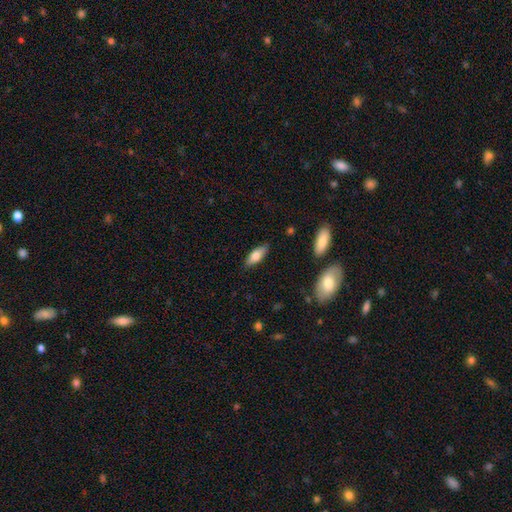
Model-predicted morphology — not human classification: Overall: smooth (73%). How rounded: in between (72%). Merging: none (86%).